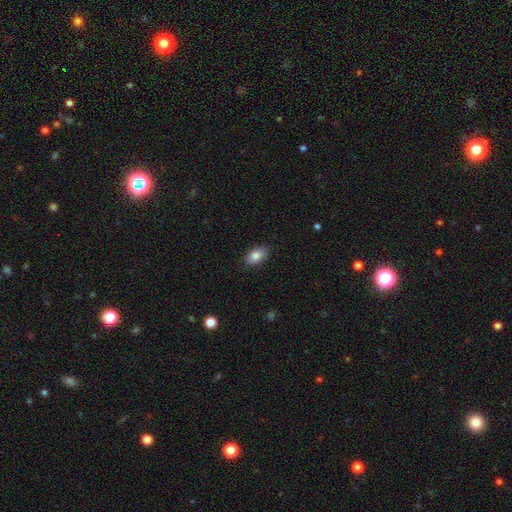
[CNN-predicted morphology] This is clearly a smooth galaxy (84%). How rounded: clearly in between (90%). Merging: clearly none (87%).